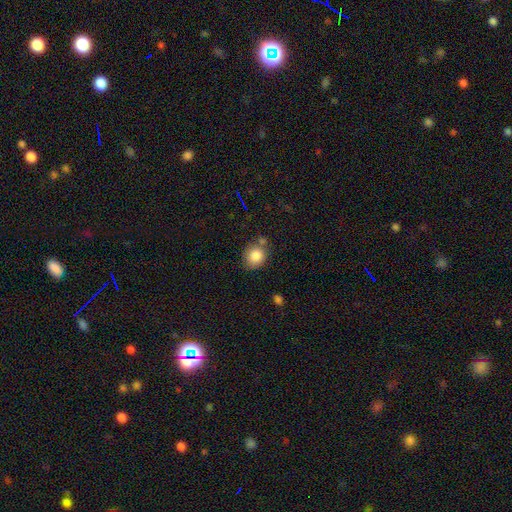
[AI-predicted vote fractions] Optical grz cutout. It shows a smooth galaxy with no disk features (85%) that is round (74%). Merging: none (66%).